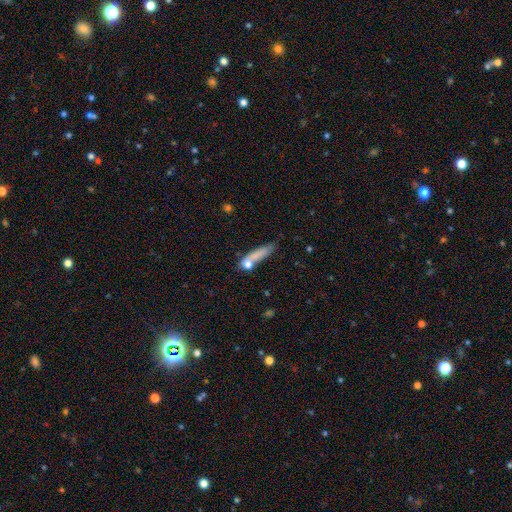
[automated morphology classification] smooth-or-featured: smooth: 70% | featured or disk: 20% | star or artifact: 10%
  how-rounded: cigar-shaped: 75% | in between: 19% | round: 6%
  merging: none: 51% | minor disturbance: 19% | merger: 19% | major disturbance: 11%